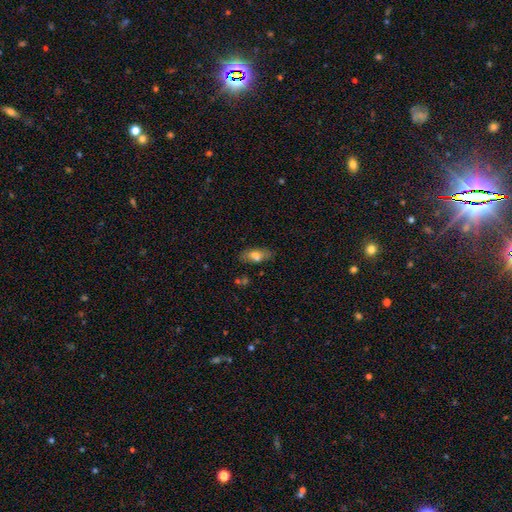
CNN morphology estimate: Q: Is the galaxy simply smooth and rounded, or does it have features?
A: smooth — 70%.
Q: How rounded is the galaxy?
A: in between — 77%.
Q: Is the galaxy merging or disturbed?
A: none — 75%.